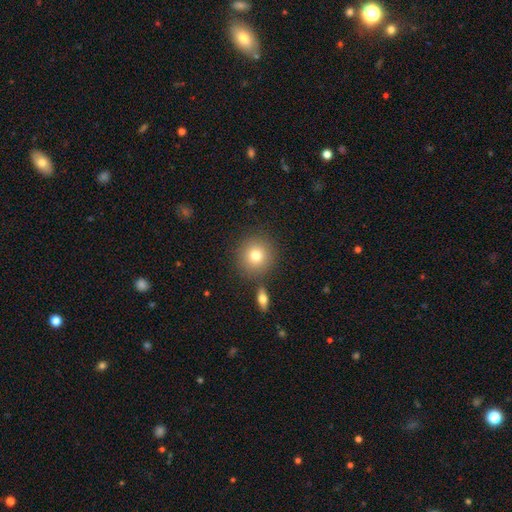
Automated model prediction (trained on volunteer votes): Smooth or featured?
  - smooth: 78% *
  - featured or disk: 11%
  - star or artifact: 11%
How rounded?
  - round: 92% *
  - in between: 7%
  - cigar-shaped: 1%
Merging?
  - none: 83% *
  - minor disturbance: 8%
  - merger: 7%
  - major disturbance: 3%